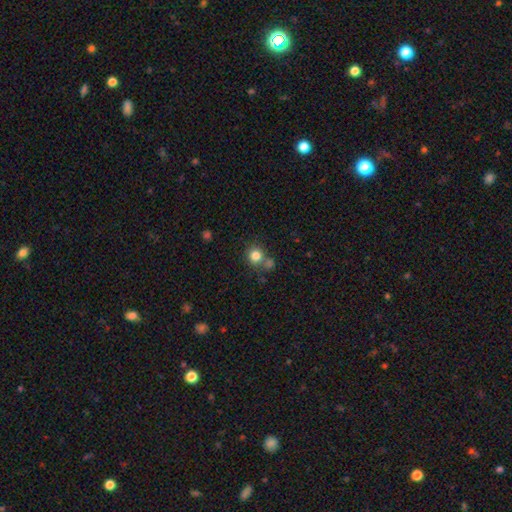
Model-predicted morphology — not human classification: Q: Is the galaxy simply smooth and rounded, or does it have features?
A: smooth — 81%.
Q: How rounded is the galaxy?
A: round — 89%.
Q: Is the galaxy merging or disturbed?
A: none — 64%.